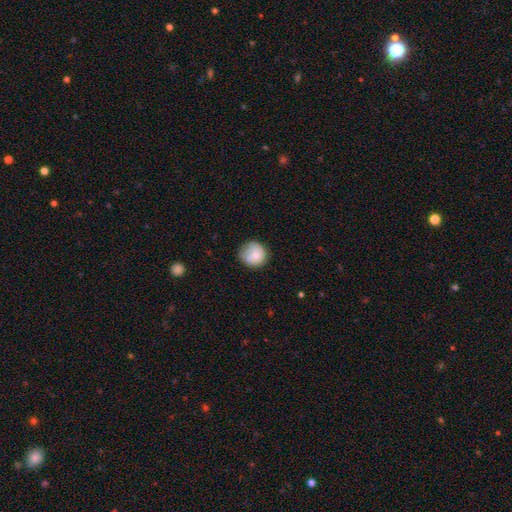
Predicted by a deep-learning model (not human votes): smooth_or_featured: smooth (p=0.70) [alt: featured or disk p=0.21]
how_rounded: round (p=0.88) [alt: in between p=0.11]
merging: none (p=0.63) [alt: minor disturbance p=0.25]